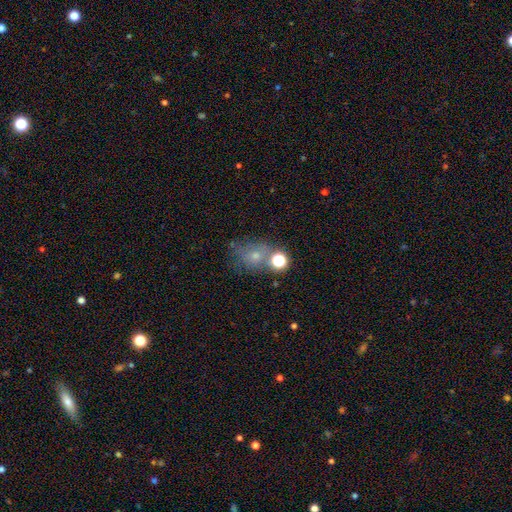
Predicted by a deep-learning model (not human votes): A smooth galaxy with no disk features (47%). Merging: none (56%).